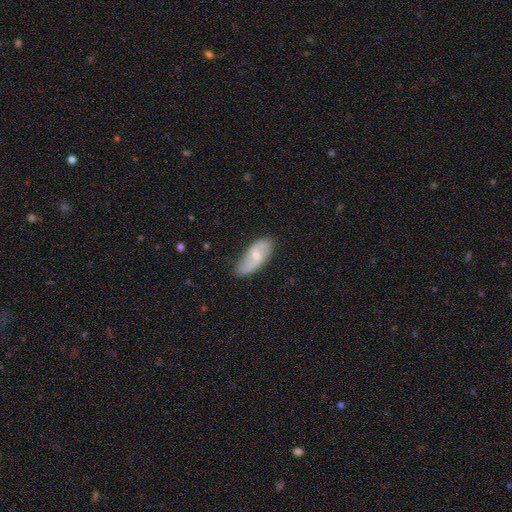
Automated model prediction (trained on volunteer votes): Overall: featured or disk (67%; smooth 28%). Edge-on disk: no (94%). Bar: weak (55%; no 30%). Spiral arms: yes (90%). Spiral arm count: 2 (89%). Spiral winding: loose (62%; medium 29%). Bulge size: small (53%; moderate 38%). Merging: none (77%).